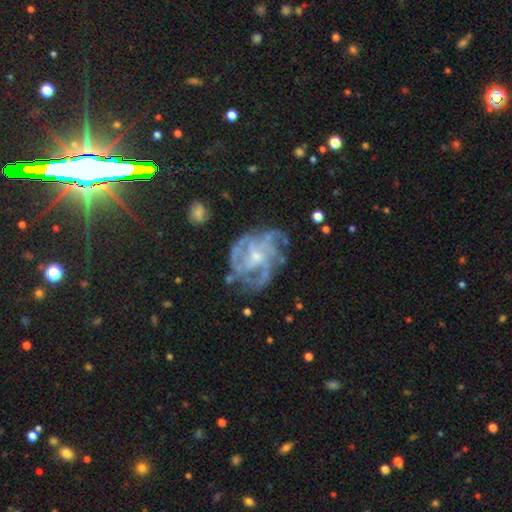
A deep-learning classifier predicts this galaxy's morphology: smooth_or_featured: featured or disk (p=0.84) [alt: smooth p=0.08]
disk_edge_on: no (p=0.98) [alt: yes p=0.02]
bar: no (p=0.55) [alt: weak p=0.38]
has_spiral_arms: yes (p=0.93) [alt: no p=0.07]
spiral_winding: tight (p=0.45) [alt: medium p=0.42]
spiral_arm_count: can't tell (p=0.30) [alt: 4 p=0.25]
bulge_size: small (p=0.59) [alt: moderate p=0.28]
merging: none (p=0.62) [alt: minor disturbance p=0.20]